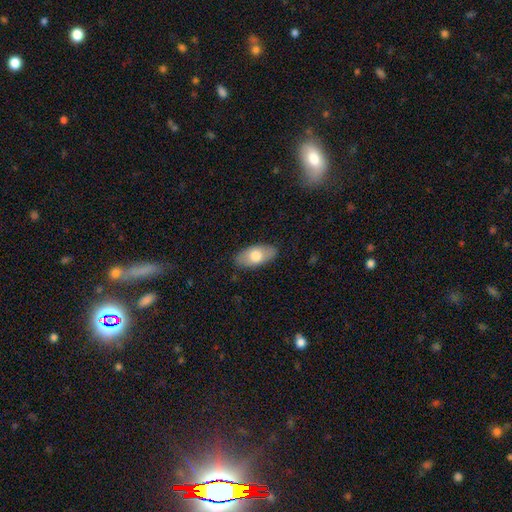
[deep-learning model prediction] Q: Smooth or featured?
A: smooth (70%); runner-up: featured or disk (24%)
Q: How rounded?
A: in between (92%); runner-up: cigar-shaped (5%)
Q: Merging?
A: none (87%); runner-up: minor disturbance (10%)